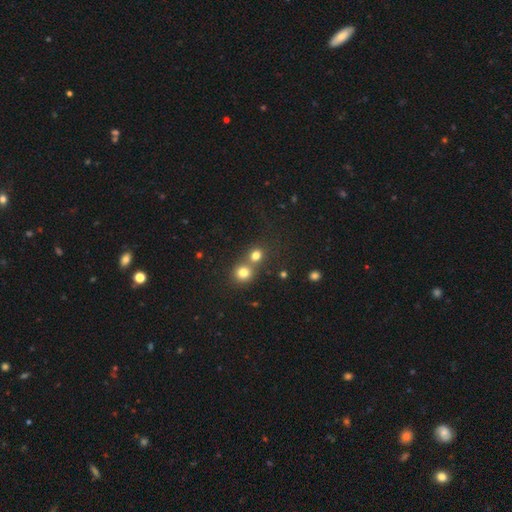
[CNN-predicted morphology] Smooth or featured? Predicted: smooth (p=0.77). How rounded? Predicted: round (p=0.86). Merging? Predicted: none (p=0.48).